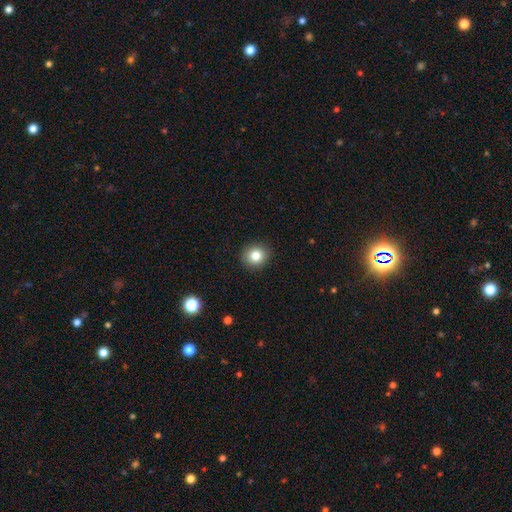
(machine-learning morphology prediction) Smooth or featured?
  - smooth: 81% *
  - star or artifact: 11%
  - featured or disk: 9%
How rounded?
  - round: 85% *
  - in between: 14%
  - cigar-shaped: 1%
Merging?
  - none: 91% *
  - minor disturbance: 6%
  - major disturbance: 2%
  - merger: 1%